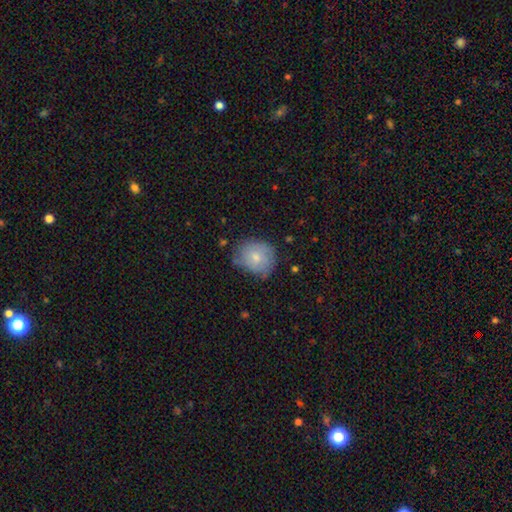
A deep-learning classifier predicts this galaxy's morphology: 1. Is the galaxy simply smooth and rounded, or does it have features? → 64% smooth, 28% featured or disk, 8% star or artifact.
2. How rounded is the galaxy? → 69% round, 30% in between, 1% cigar-shaped.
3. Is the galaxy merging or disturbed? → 61% none, 30% minor disturbance, 7% major disturbance, 2% merger.